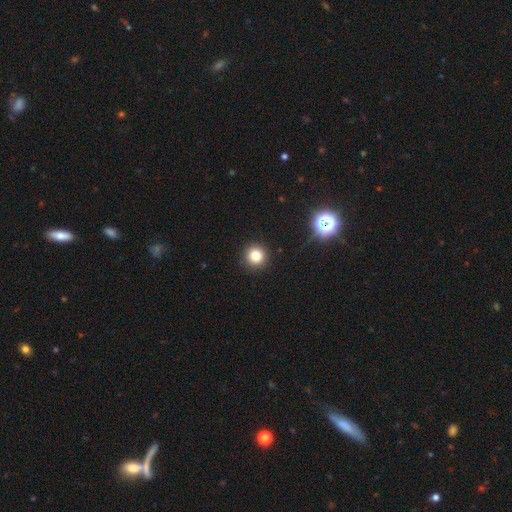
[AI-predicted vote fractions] This is clearly a smooth galaxy (81%). How rounded: clearly round (94%). Merging: clearly none (92%).